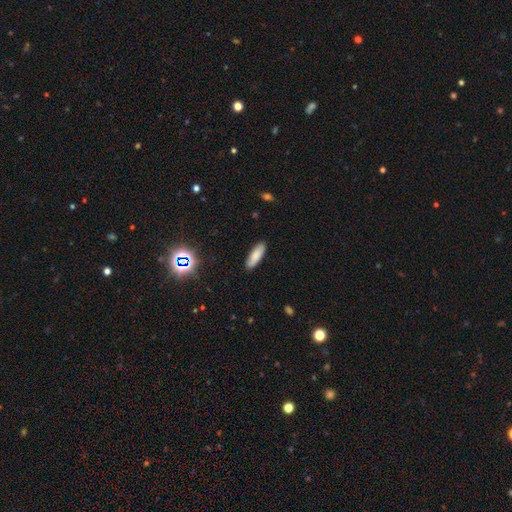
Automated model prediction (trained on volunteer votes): Overall: smooth (83%). How rounded: in between (54%; cigar-shaped 44%). Merging: none (89%).